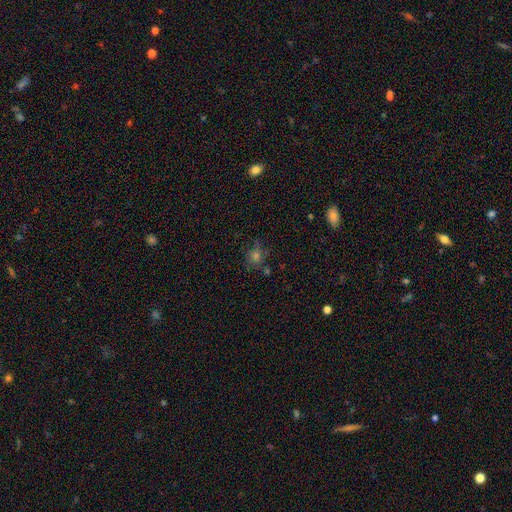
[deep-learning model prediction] This appears to be a smooth galaxy with no disk features (45%). Merging: none (67%).